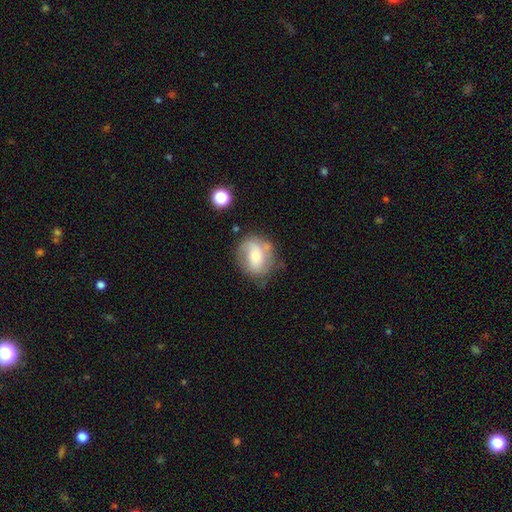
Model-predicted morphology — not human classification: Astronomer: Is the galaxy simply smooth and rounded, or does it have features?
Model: smooth — 49% (runner-up: featured or disk, 43%).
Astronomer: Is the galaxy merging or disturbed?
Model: none — 58%.